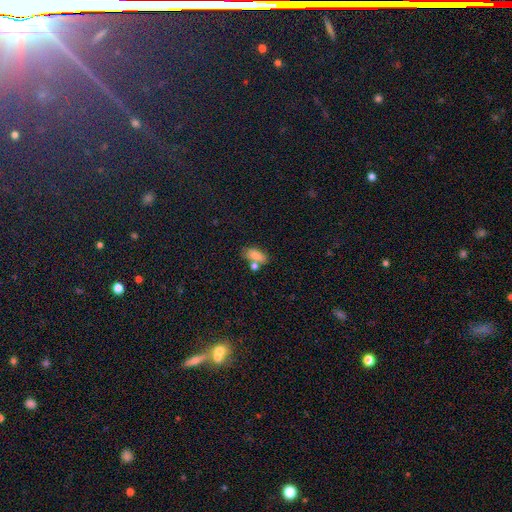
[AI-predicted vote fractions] Morphology: type=smooth (82%); roundness=in between (87%); merging=none (55%).